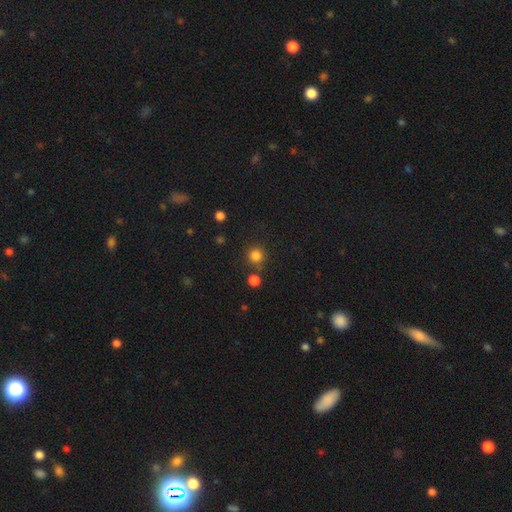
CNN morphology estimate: This appears to be a smooth galaxy with no disk features (82%) that is round (93%). Merging: none (81%).